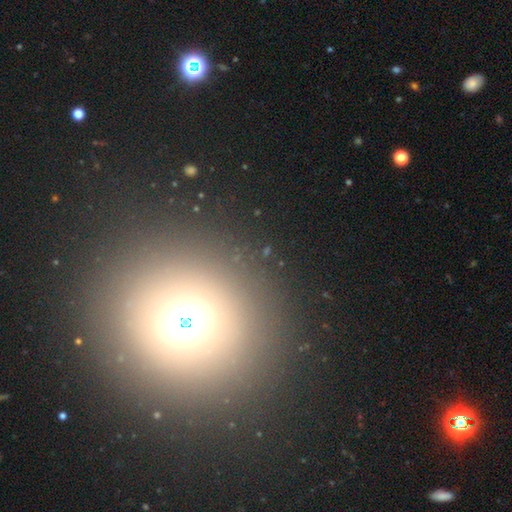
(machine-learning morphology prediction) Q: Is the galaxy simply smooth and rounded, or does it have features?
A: star or artifact — 50%.